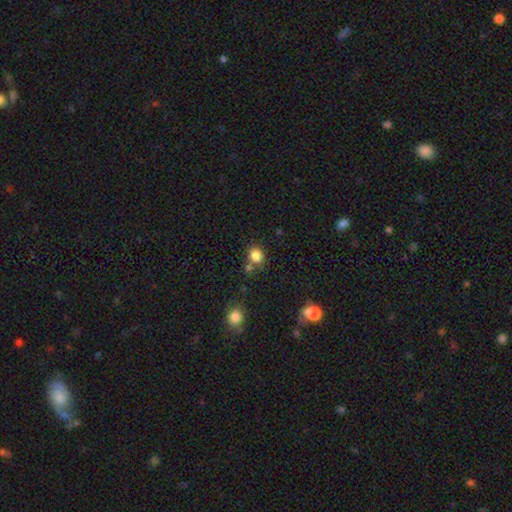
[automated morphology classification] smooth 83%, star or artifact 12%, featured or disk 5%. Down the decision tree: how rounded — round (66%); merging — none (65%).